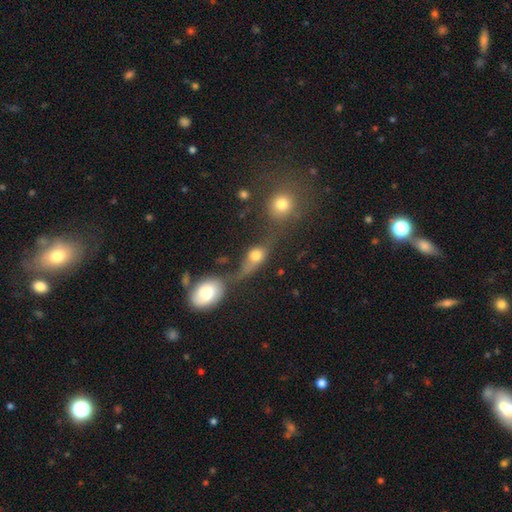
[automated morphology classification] This appears to be a smooth galaxy with no disk features (64%) that is in between round and cigar-shaped (47%). Merging: merger (34%, tied with none).